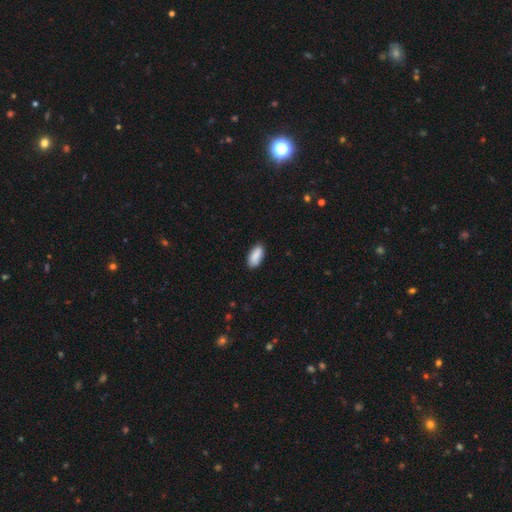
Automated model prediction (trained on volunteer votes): A smooth galaxy with no disk features (90%) that is in between round and cigar-shaped (90%). Merging: none (85%).